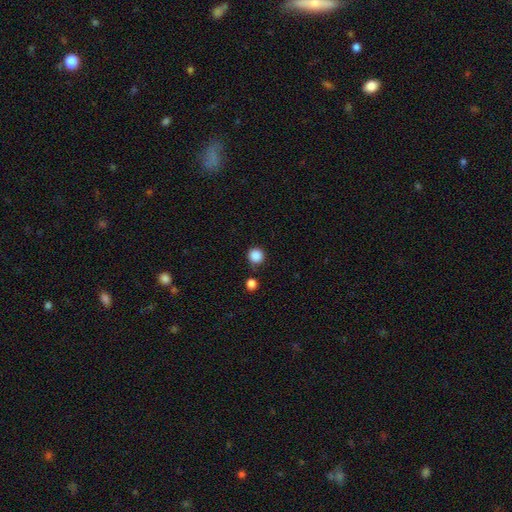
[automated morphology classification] Smooth or featured? Predicted: smooth (p=0.87). How rounded? Predicted: round (p=0.94). Merging? Predicted: none (p=0.84).